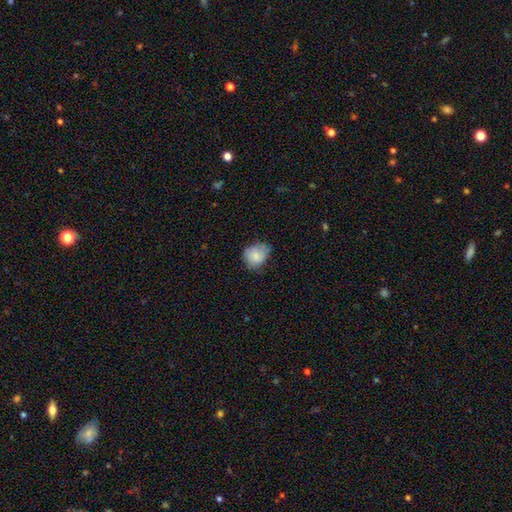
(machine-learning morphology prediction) The model was most divided on "how rounded": round: 57%, in between: 42%, cigar-shaped: 1%. More confident: smooth or featured — smooth (79%); merging — none (57%).